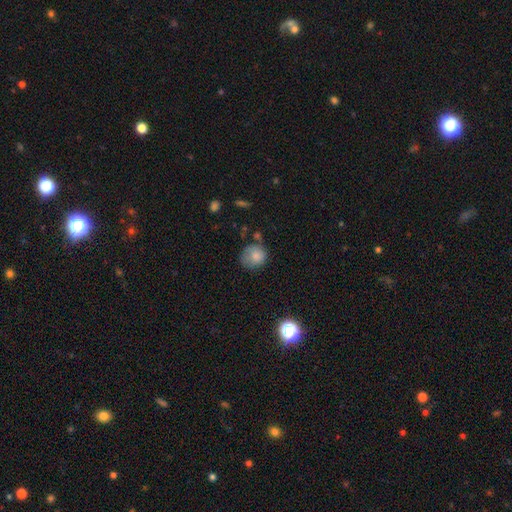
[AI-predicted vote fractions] Smooth or featured? smooth (77%)
How rounded? round (79%)
Merging? none (54%)